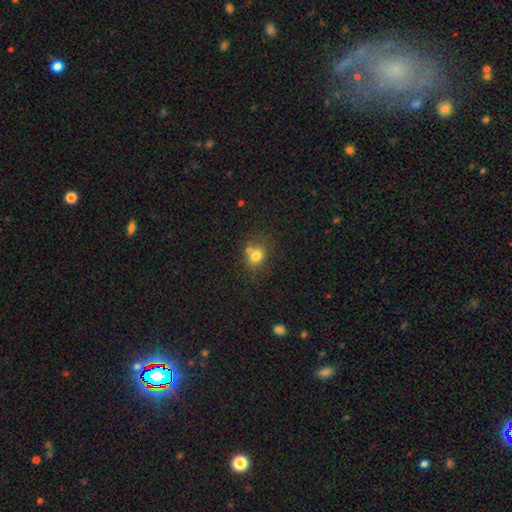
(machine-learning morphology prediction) smooth-or-featured: smooth: 77% | star or artifact: 12% | featured or disk: 11%
  how-rounded: round: 54% | in between: 45% | cigar-shaped: 1%
  merging: none: 56% | merger: 26% | minor disturbance: 14% | major disturbance: 5%